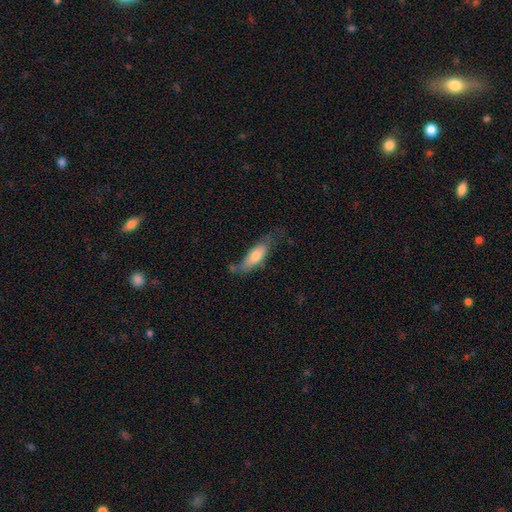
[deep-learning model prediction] Smooth or featured? Predicted: smooth (p=0.67). How rounded? Predicted: in between (p=0.60). Merging? Predicted: none (p=0.46).